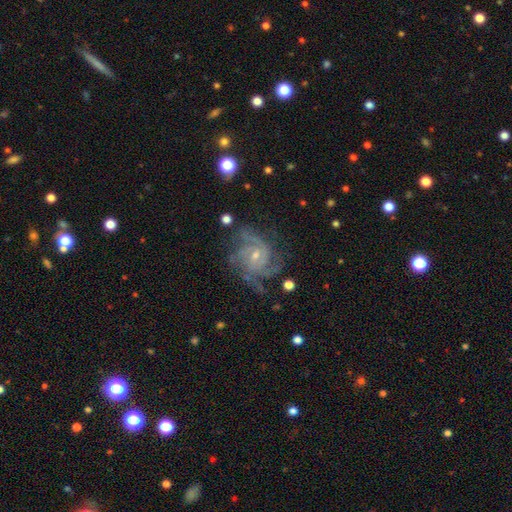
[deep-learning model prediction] Morphology: type=featured or disk (88%); edge-on=no (98%); bar=no (51%); spiral arms=yes (97%); winding=tight (51%); arm count=3 (29%); bulge=small (62%); merging=none (67%).